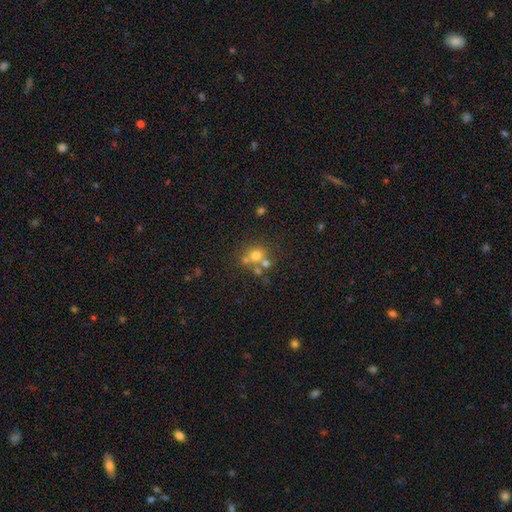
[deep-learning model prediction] Morphology: type=smooth (64%); roundness=round (81%); merging=none (52%).